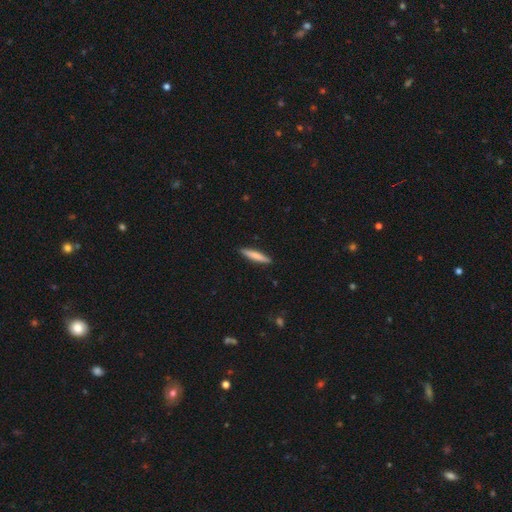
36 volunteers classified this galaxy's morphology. A smooth galaxy with no disk features (72%) that is cigar-shaped (85%). Merging: none (97%).